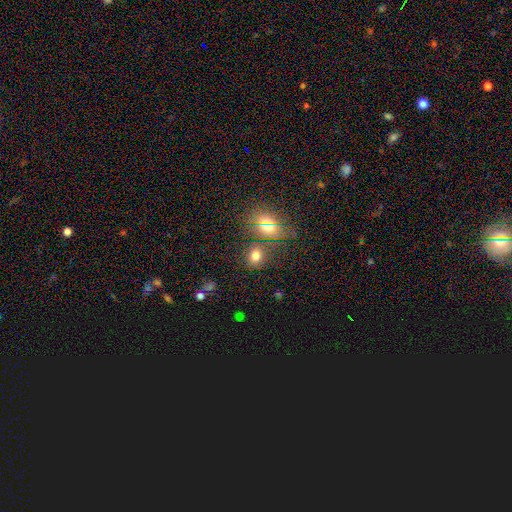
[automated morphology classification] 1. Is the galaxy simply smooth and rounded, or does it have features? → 73% smooth, 18% star or artifact, 9% featured or disk.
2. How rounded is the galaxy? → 55% round, 44% in between, 2% cigar-shaped.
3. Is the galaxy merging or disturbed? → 70% none, 15% merger, 11% minor disturbance, 4% major disturbance.